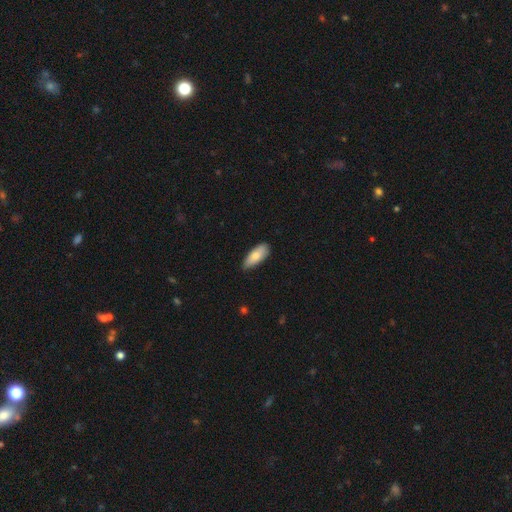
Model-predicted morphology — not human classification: A smooth galaxy with no disk features (79%) that is in between round and cigar-shaped (78%).

Vote fractions:
- Smooth or featured? smooth: 79% / featured or disk: 15% / star or artifact: 6%
- How rounded? in between: 78% / cigar-shaped: 20% / round: 2%
- Merging? none: 81% / minor disturbance: 16% / major disturbance: 2% / merger: 1%